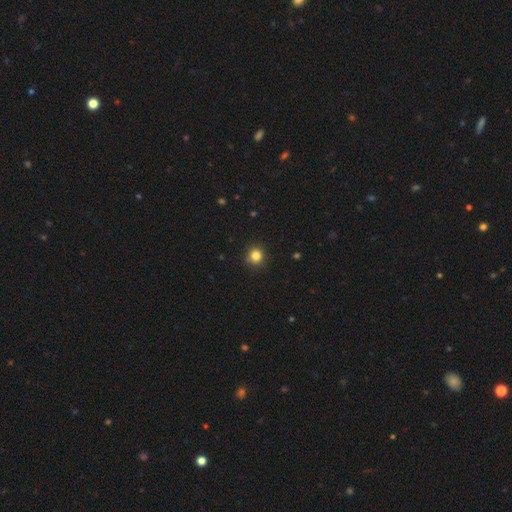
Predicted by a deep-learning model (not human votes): Smooth or featured?
  - smooth: 83% *
  - star or artifact: 12%
  - featured or disk: 5%
How rounded?
  - round: 91% *
  - in between: 8%
  - cigar-shaped: 1%
Merging?
  - none: 89% *
  - minor disturbance: 8%
  - major disturbance: 2%
  - merger: 1%